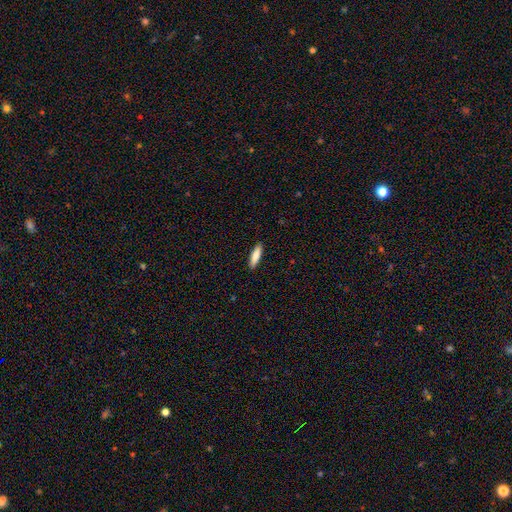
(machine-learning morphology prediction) Smooth or featured?
  - smooth: 84% *
  - featured or disk: 10%
  - star or artifact: 6%
How rounded?
  - cigar-shaped: 66% *
  - in between: 32%
  - round: 1%
Merging?
  - none: 90% *
  - minor disturbance: 7%
  - major disturbance: 2%
  - merger: 1%